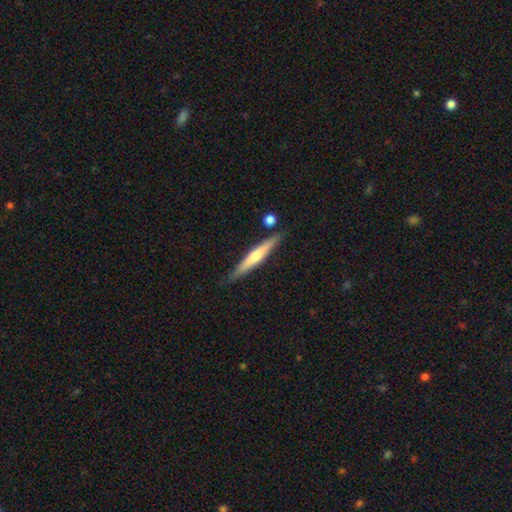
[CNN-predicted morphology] A featured or disk galaxy (52%) viewed edge-on (95%). Merging: none (84%).